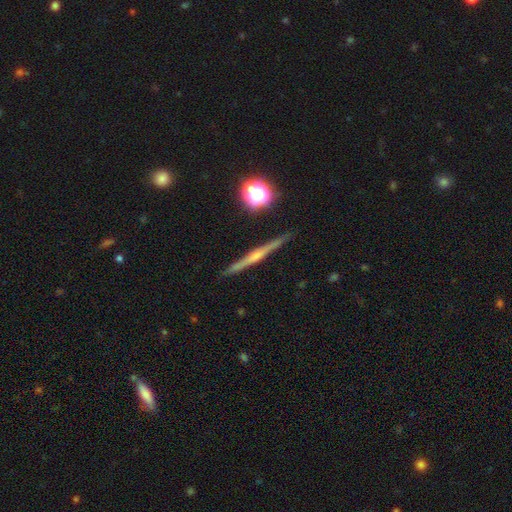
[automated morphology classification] This is likely a featured or disk galaxy (73%). It is clearly viewed edge-on (98%). Edge-on bulge: likely rounded (72%). Merging: clearly none (91%).